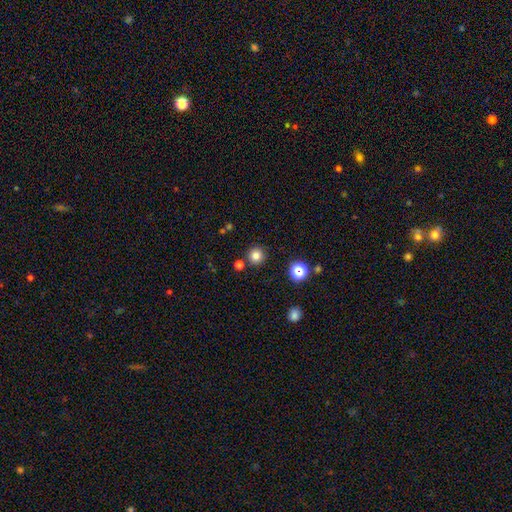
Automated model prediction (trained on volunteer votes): Smooth or featured? Predicted: smooth (p=0.80). How rounded? Predicted: round (p=0.95). Merging? Predicted: none (p=0.87).